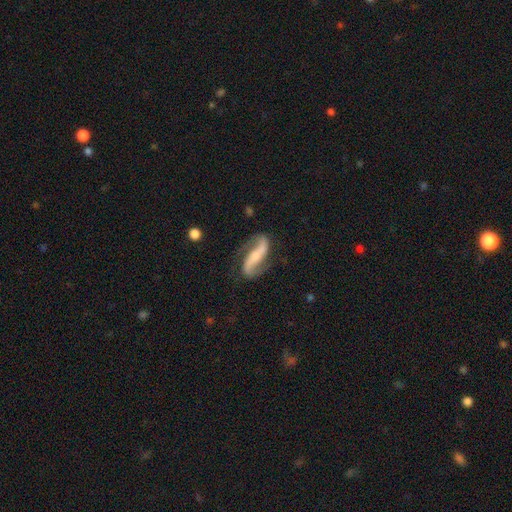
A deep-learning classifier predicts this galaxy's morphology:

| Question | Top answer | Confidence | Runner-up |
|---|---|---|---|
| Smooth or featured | featured or disk | 85% | smooth (10%) |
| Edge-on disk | no | 92% | yes (8%) |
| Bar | strong | 51% | no (25%) |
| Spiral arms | yes | 96% | no (4%) |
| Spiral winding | loose | 54% | medium (33%) |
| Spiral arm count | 2 | 93% | can't tell (2%) |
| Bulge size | small | 47% | moderate (34%) |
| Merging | none | 76% | minor disturbance (14%) |